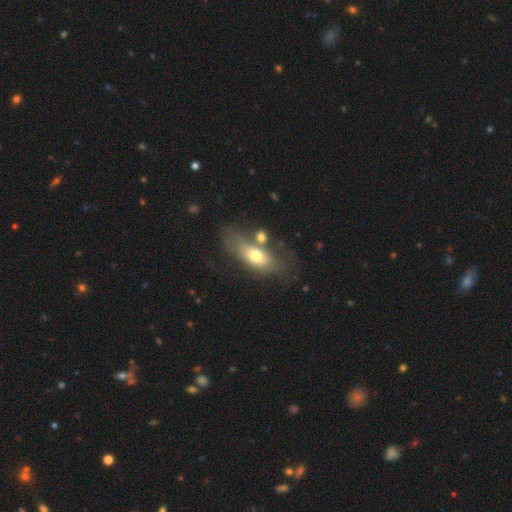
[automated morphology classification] Smooth or featured? Predicted: smooth (p=0.63). How rounded? Predicted: in between (p=0.76). Merging? Predicted: none (p=0.39).